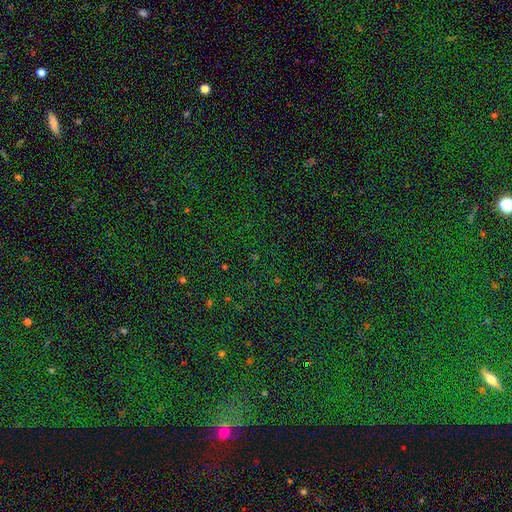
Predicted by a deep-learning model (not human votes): Overall: star or artifact (83%).